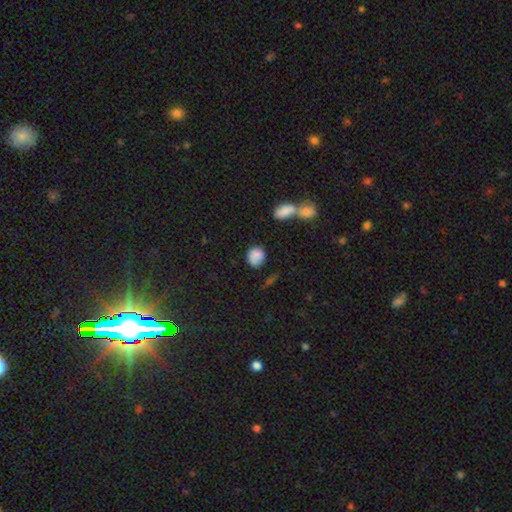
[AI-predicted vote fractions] A smooth galaxy with no disk features (84%) that is round (63%). Merging: none (64%).